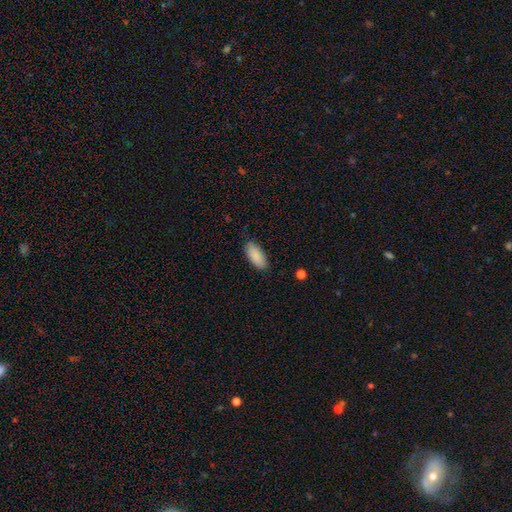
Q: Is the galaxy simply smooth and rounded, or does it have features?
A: smooth — 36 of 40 (90%).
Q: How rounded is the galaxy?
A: in between — 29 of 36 (81%).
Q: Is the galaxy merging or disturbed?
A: none — 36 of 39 (92%).